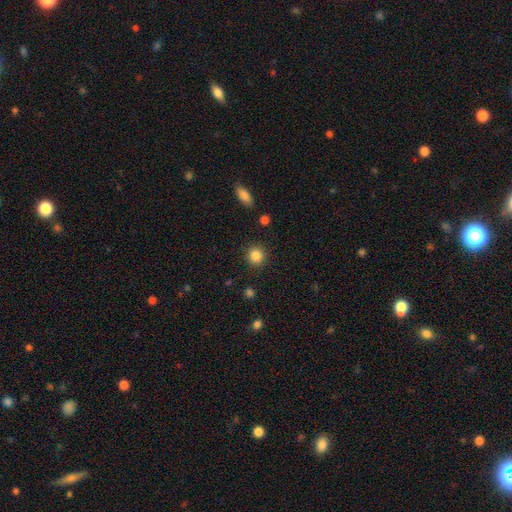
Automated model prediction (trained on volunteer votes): Smooth or featured: smooth — 85% (star or artifact — 10%)
How rounded: round — 89% (in between — 10%)
Merging: none — 89% (minor disturbance — 7%)